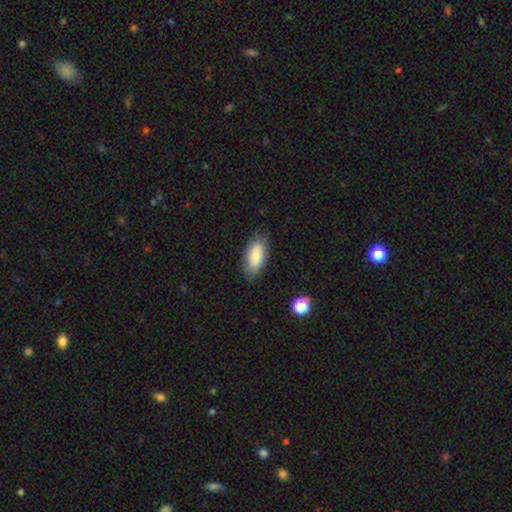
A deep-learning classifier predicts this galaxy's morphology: smooth 79%, featured or disk 15%, star or artifact 7%. Down the decision tree: how rounded — in between (91%); merging — none (82%).